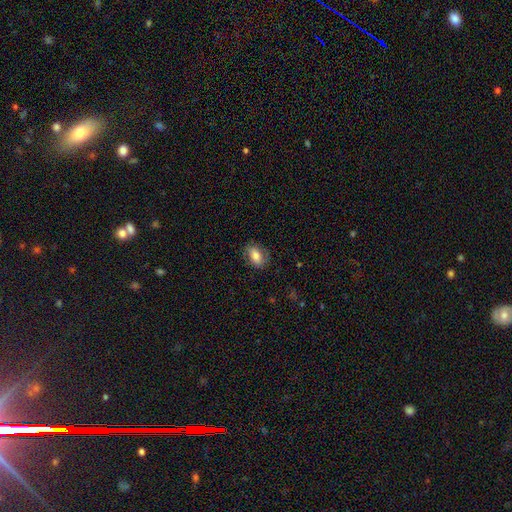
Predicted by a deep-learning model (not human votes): smooth 74%, featured or disk 18%, star or artifact 8%. Down the decision tree: how rounded — in between (85%); merging — none (77%).